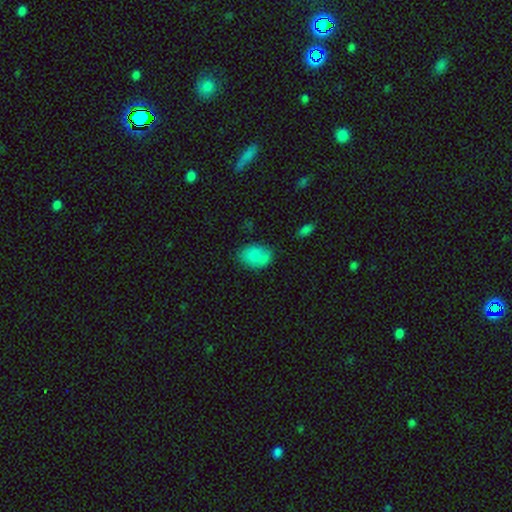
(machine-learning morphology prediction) type=smooth (81%); roundness=in between (77%); merging=none (60%).